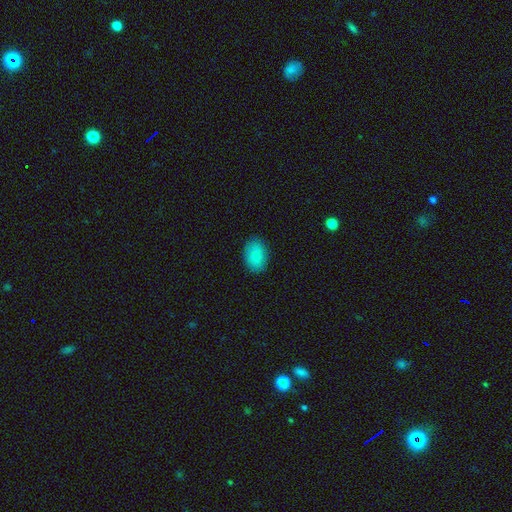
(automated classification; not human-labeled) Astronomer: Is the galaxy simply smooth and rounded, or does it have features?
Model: smooth — 88%.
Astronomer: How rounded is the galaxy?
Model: in between — 85%.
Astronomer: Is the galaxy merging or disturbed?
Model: none — 86%.